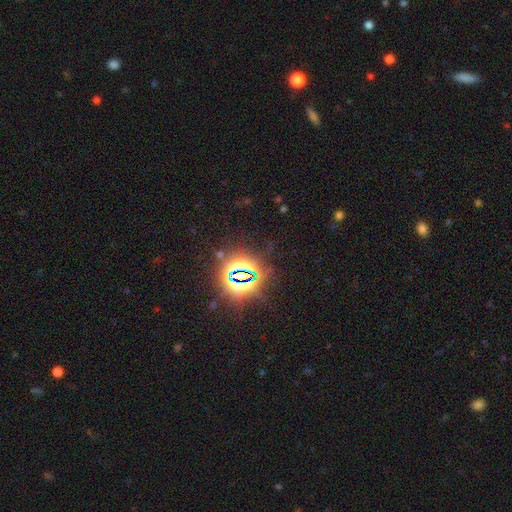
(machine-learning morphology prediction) Smooth or featured? Predicted: star or artifact (p=0.83).